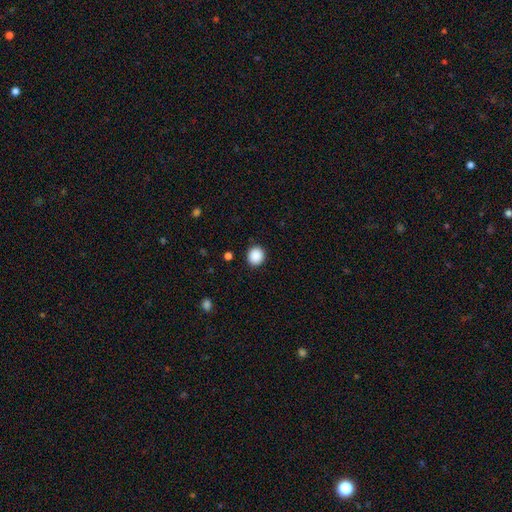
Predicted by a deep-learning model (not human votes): Smooth or featured? Predicted: smooth (p=0.89). How rounded? Predicted: round (p=0.85). Merging? Predicted: none (p=0.91).